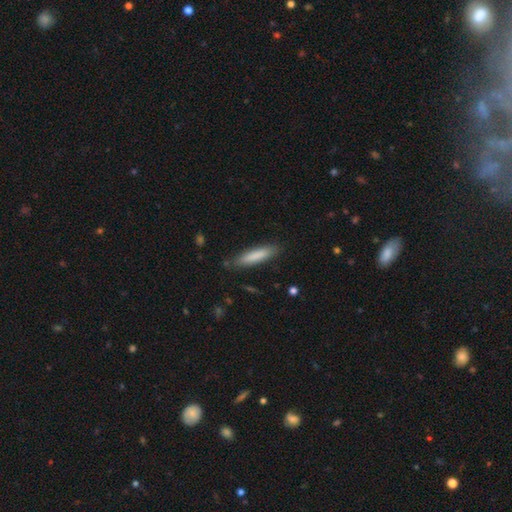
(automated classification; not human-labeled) Smooth or featured?
  - smooth: 82% *
  - featured or disk: 12%
  - star or artifact: 6%
How rounded?
  - cigar-shaped: 82% *
  - in between: 16%
  - round: 1%
Merging?
  - none: 84% *
  - minor disturbance: 12%
  - major disturbance: 2%
  - merger: 2%